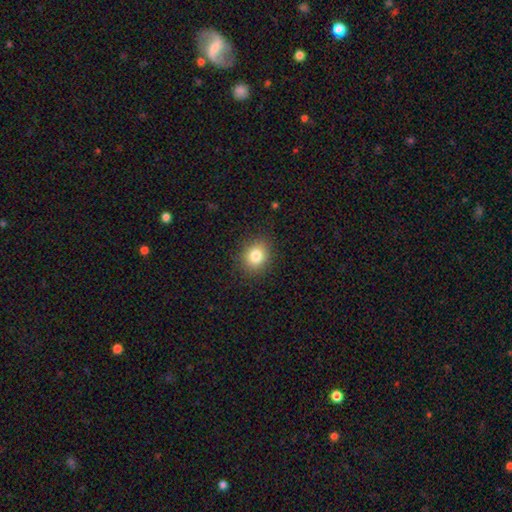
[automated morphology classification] smooth-or-featured: smooth: 82% | star or artifact: 11% | featured or disk: 8%
  how-rounded: round: 60% | in between: 39% | cigar-shaped: 1%
  merging: none: 87% | minor disturbance: 9% | major disturbance: 3% | merger: 1%